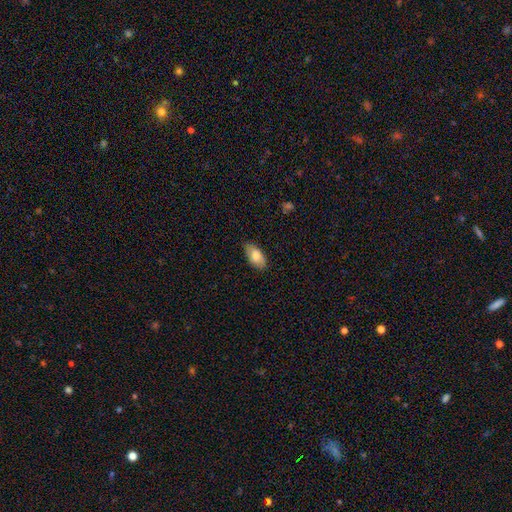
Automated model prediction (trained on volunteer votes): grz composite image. It shows a smooth galaxy with no disk features (79%) that is in between round and cigar-shaped (91%). Merging: none (80%).